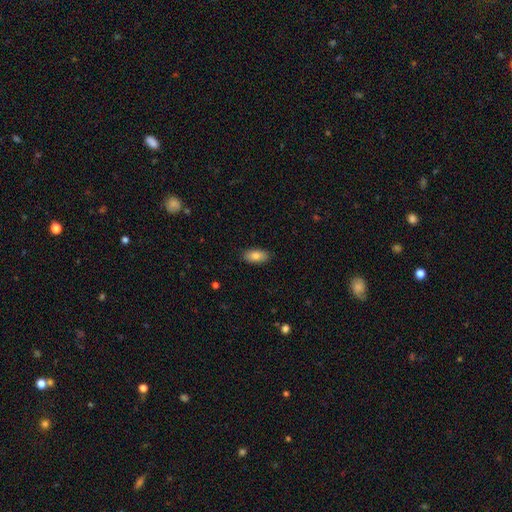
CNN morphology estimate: Smooth or featured: smooth — 83% (featured or disk — 10%)
How rounded: in between — 91% (cigar-shaped — 6%)
Merging: none — 88% (minor disturbance — 9%)